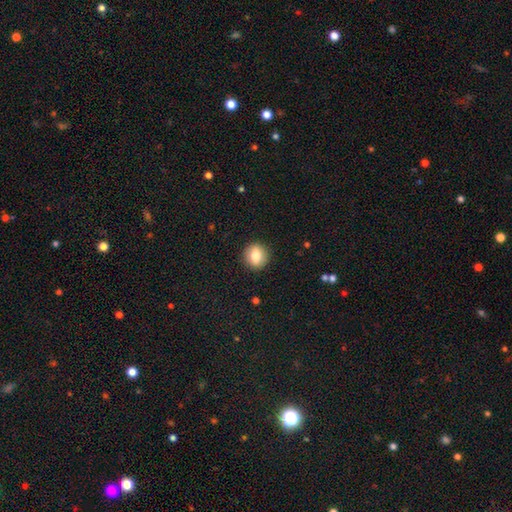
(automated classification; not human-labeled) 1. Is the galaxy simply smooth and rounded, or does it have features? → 78% smooth, 13% featured or disk, 9% star or artifact.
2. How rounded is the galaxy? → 80% round, 19% in between, 1% cigar-shaped.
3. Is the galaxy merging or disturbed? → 90% none, 7% minor disturbance, 2% major disturbance, 1% merger.